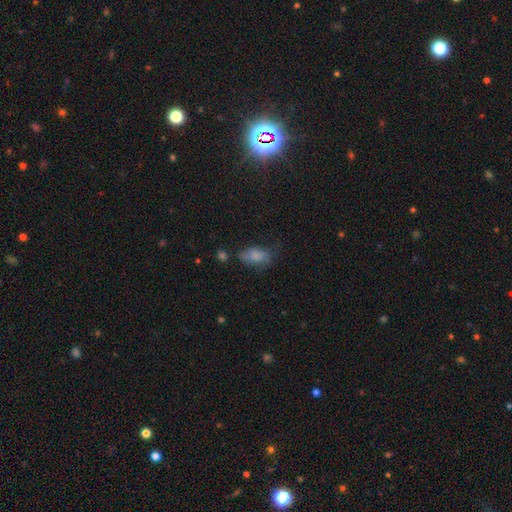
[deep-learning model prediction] Overall: smooth (77%). How rounded: in between (89%). Merging: none (49%; minor disturbance 31%).